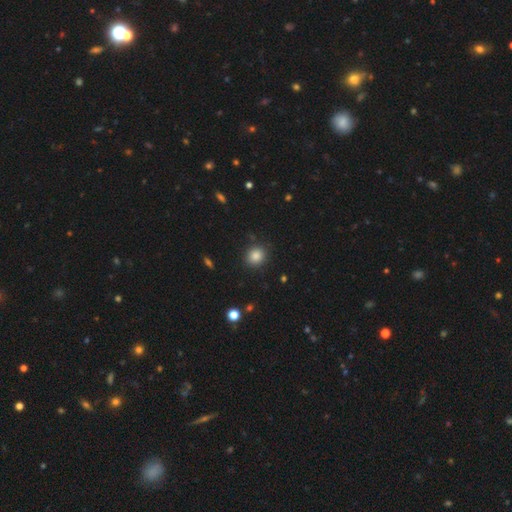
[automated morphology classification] smooth 85%, star or artifact 11%, featured or disk 5%. Down the decision tree: how rounded — round (81%); merging — none (88%).